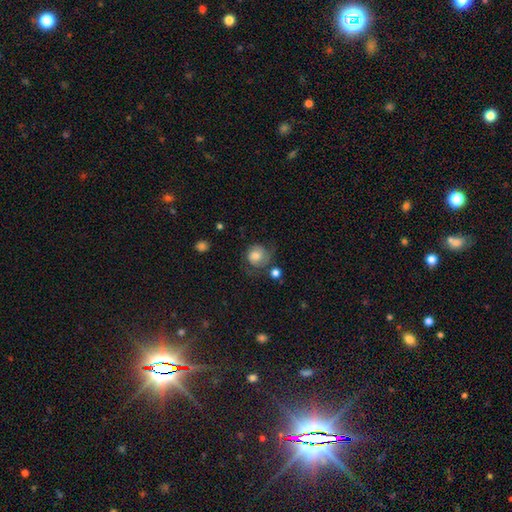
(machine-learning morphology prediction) smooth 59%, featured or disk 33%, star or artifact 9%. Down the decision tree: how rounded — round (83%); merging — none (54%).